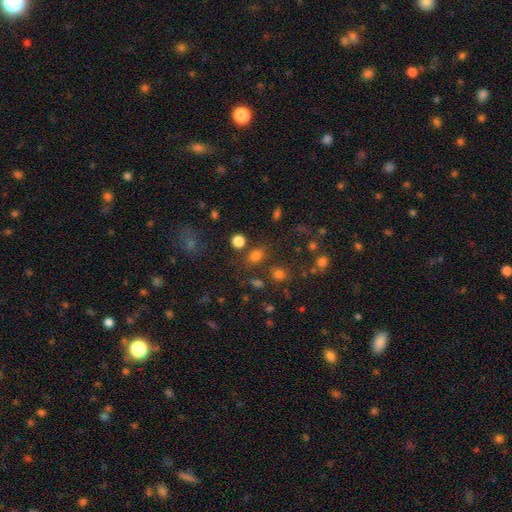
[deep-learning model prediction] Morphology: type=smooth (77%); roundness=round (55%); merging=none (76%).